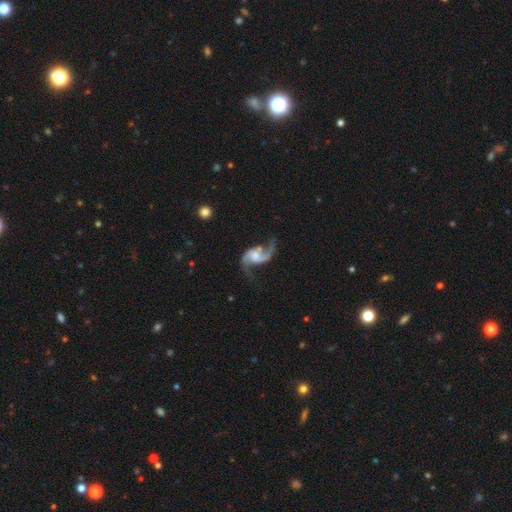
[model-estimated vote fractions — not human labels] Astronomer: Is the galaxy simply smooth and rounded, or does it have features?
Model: featured or disk — 91%.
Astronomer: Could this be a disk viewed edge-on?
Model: no — 98%.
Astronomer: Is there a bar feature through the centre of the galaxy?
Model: no — 49% (runner-up: weak, 40%).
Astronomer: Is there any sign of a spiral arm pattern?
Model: yes — 97%.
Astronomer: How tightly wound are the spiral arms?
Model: loose — 73%.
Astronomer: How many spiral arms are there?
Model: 2 — 93%.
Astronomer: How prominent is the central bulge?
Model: small — 30%, tied with none at 30%.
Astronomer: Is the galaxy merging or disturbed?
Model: none — 66%.